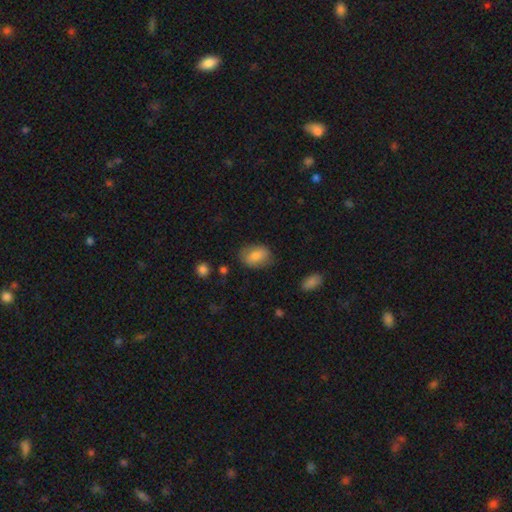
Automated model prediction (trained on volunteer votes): This appears to be a smooth galaxy with no disk features (80%) that is in between round and cigar-shaped (81%). Merging: none (74%).